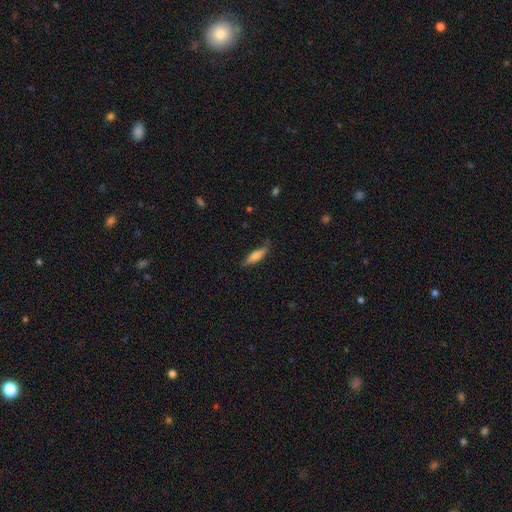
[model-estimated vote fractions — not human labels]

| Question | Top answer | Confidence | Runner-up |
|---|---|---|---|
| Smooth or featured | smooth | 67% | featured or disk (27%) |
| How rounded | cigar-shaped | 68% | in between (30%) |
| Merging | none | 77% | minor disturbance (19%) |